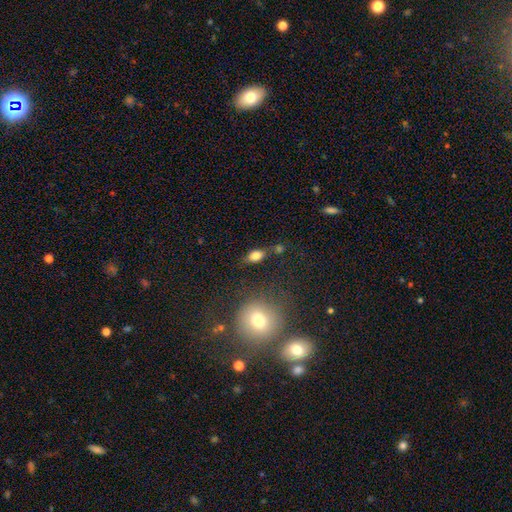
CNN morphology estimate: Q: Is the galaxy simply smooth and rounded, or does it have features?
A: smooth — 79%.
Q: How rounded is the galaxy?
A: in between — 83%.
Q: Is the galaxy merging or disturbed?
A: none — 72%.